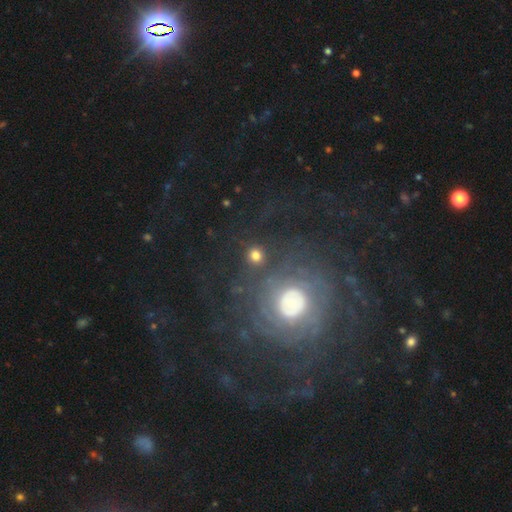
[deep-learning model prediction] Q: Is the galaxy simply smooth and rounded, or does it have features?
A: smooth — 71%.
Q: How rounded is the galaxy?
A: round — 90%.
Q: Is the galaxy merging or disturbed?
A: none — 85%.